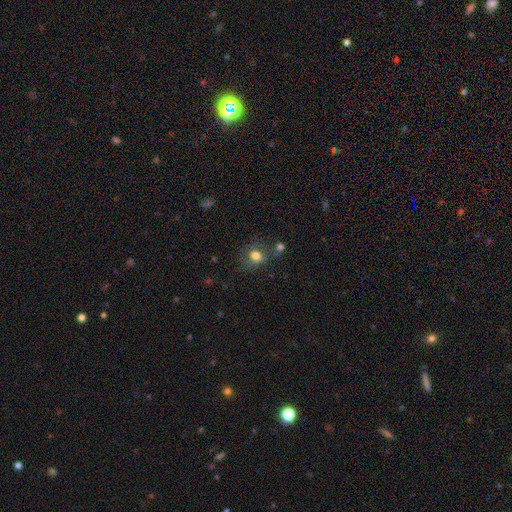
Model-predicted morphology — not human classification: This appears to be a smooth galaxy with no disk features (72%) that is round (57%). Merging: none (58%).